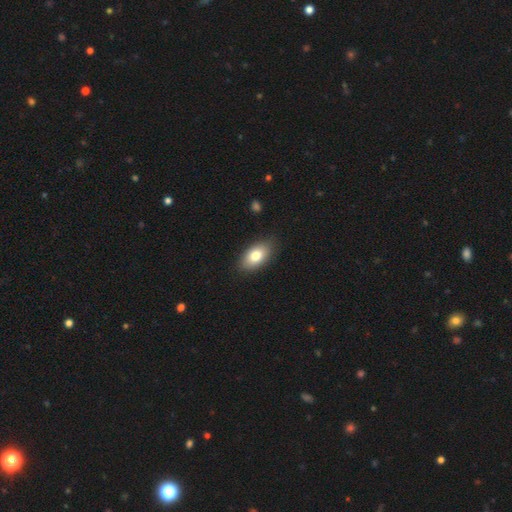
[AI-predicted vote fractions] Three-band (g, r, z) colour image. It shows a smooth galaxy with no disk features (79%) that is in between round and cigar-shaped (92%). Merging: none (85%).